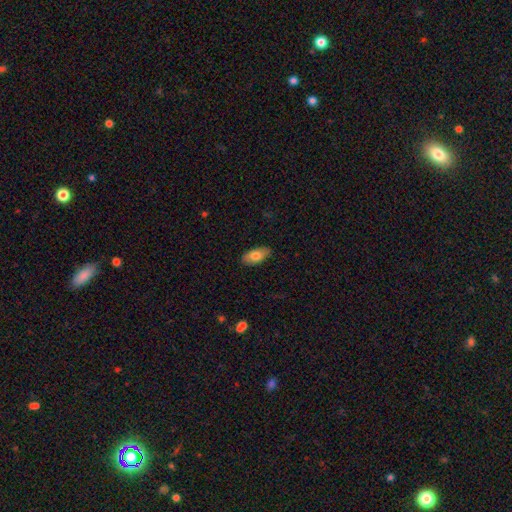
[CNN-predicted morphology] Smooth or featured? smooth (78%)
How rounded? in between (89%)
Merging? none (86%)